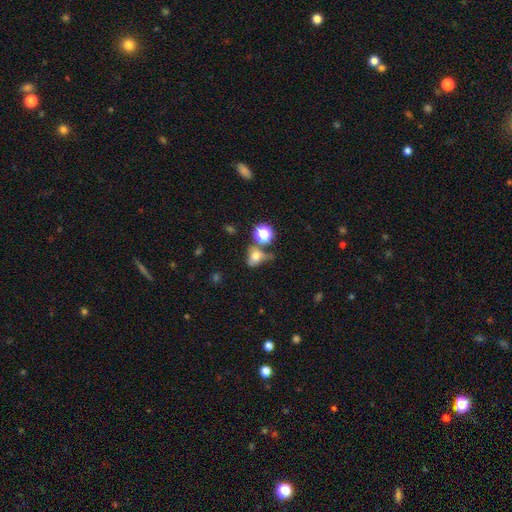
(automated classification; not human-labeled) A smooth galaxy with no disk features (62%) that is in between round and cigar-shaped (54%). Merging: none (36%).